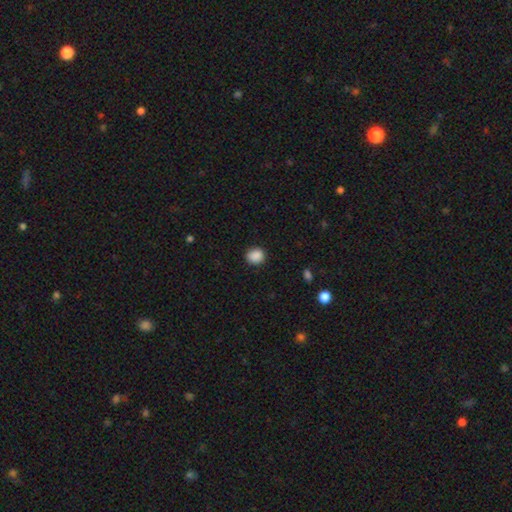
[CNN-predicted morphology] smooth-or-featured: smooth: 89% | star or artifact: 9% | featured or disk: 3%
  how-rounded: round: 78% | in between: 21% | cigar-shaped: 1%
  merging: none: 89% | minor disturbance: 8% | major disturbance: 2% | merger: 1%